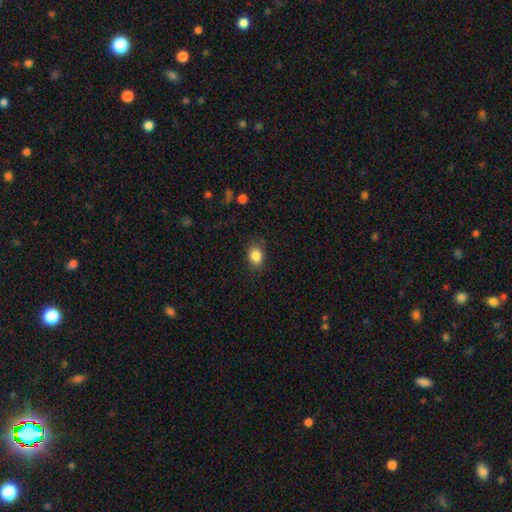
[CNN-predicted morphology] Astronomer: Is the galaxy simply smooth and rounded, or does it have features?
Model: smooth — 86%.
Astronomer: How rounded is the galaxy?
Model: in between — 64%.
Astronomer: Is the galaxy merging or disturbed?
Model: none — 80%.